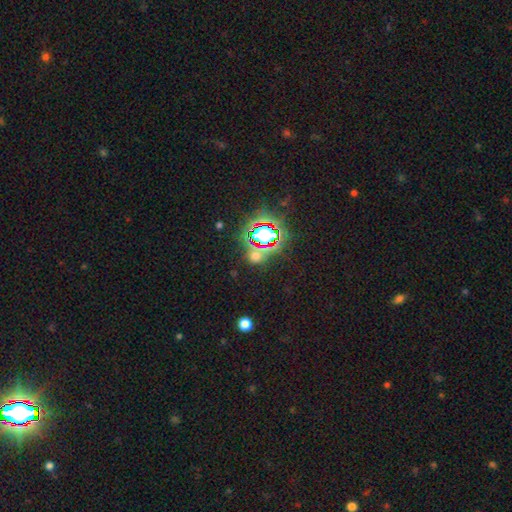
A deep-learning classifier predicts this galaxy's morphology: A star or artifact, not a galaxy (52%).